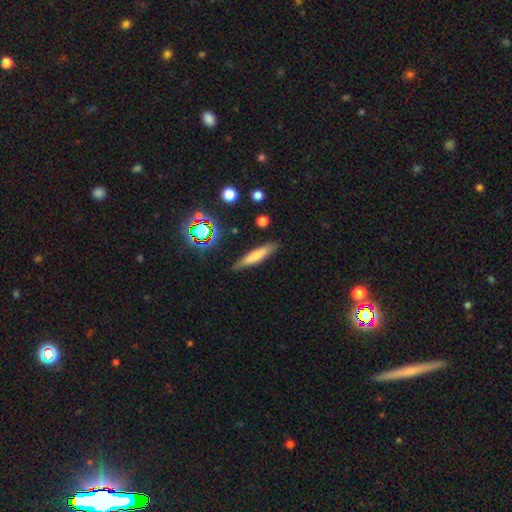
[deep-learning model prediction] Smooth or featured?
  - smooth: 66% *
  - featured or disk: 25%
  - star or artifact: 10%
How rounded?
  - cigar-shaped: 83% *
  - in between: 15%
  - round: 2%
Merging?
  - none: 82% *
  - minor disturbance: 13%
  - major disturbance: 3%
  - merger: 2%